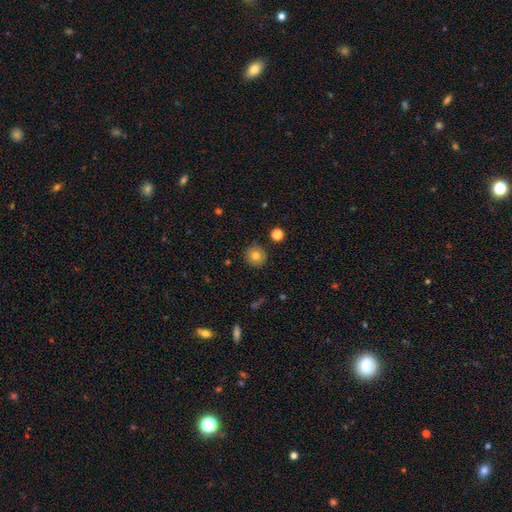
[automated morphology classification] A smooth galaxy with no disk features (78%) that is round (94%). Merging: none (89%).